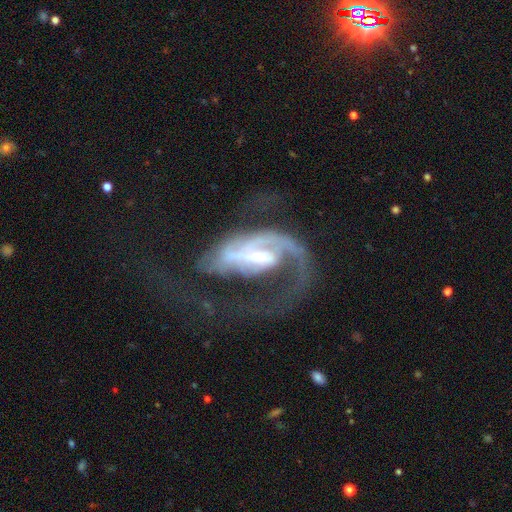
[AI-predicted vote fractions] smooth-or-featured: featured or disk: 86% | smooth: 9% | star or artifact: 5%
  disk-edge-on: no: 96% | yes: 4%
    bar: weak: 45% | no: 33% | strong: 22%
    has-spiral-arms: yes: 92% | no: 8%
      spiral-winding: medium: 42% | loose: 35% | tight: 23%
      spiral-arm-count: 1: 67% | 2: 18% | can't tell: 8% | 3: 4% | 4: 2% | more than 4: 1%
    bulge-size: moderate: 46% | small: 45% | large: 5% | none: 3% | dominant: 1%
  merging: major disturbance: 56% | none: 27% | minor disturbance: 12% | merger: 5%